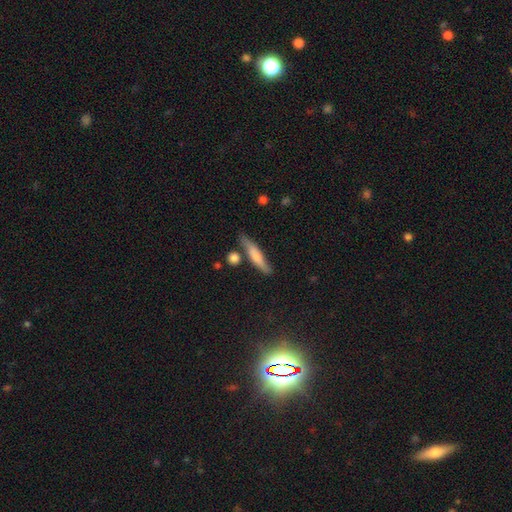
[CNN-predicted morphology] Smooth or featured? smooth (66%)
How rounded? cigar-shaped (85%)
Merging? none (70%)